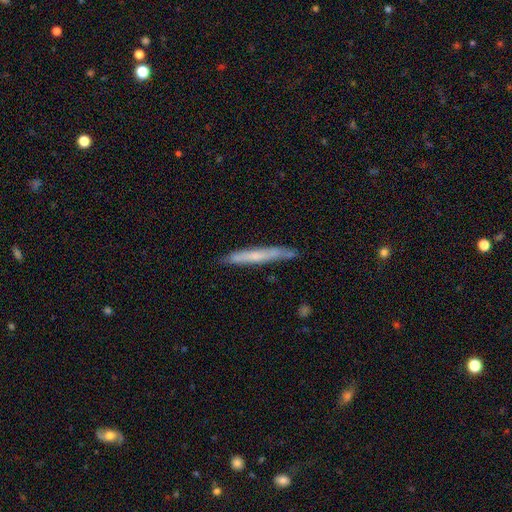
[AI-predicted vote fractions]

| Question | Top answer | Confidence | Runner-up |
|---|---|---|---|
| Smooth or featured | smooth | 51% | featured or disk (43%) |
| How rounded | cigar-shaped | 96% | in between (3%) |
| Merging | none | 83% | minor disturbance (13%) |